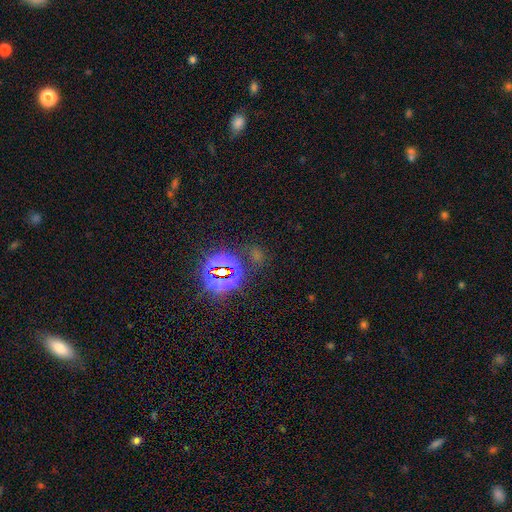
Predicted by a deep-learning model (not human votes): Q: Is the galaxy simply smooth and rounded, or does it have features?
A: star or artifact — 73%.